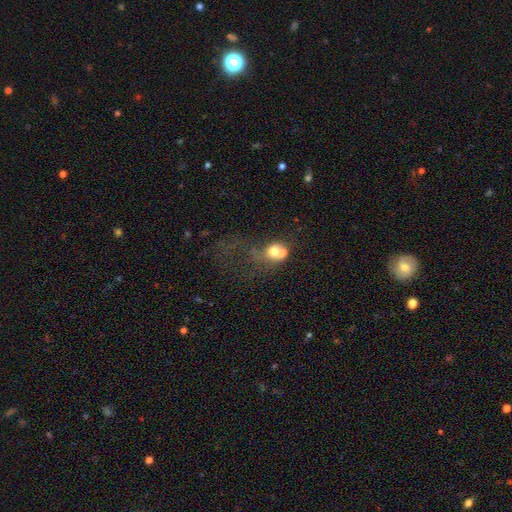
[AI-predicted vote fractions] The model was most divided on "smooth or featured": star or artifact: 39%, smooth: 37%, featured or disk: 24%.